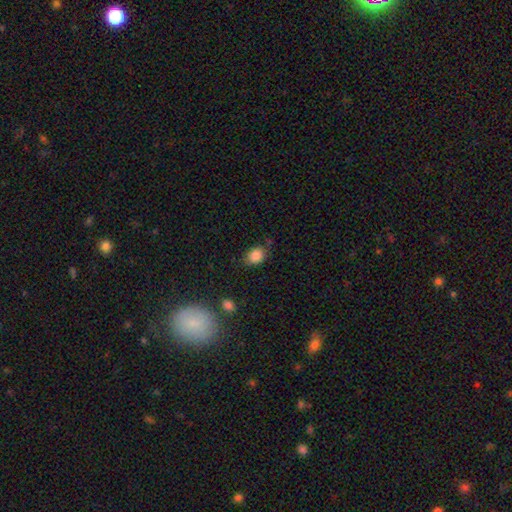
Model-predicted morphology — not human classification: Overall: smooth (85%). How rounded: in between (65%; round 34%). Merging: none (72%).